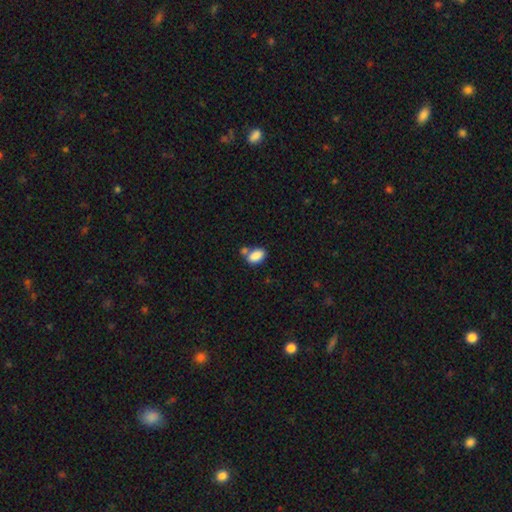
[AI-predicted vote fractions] Smooth or featured? smooth (87%)
How rounded? in between (91%)
Merging? none (55%)